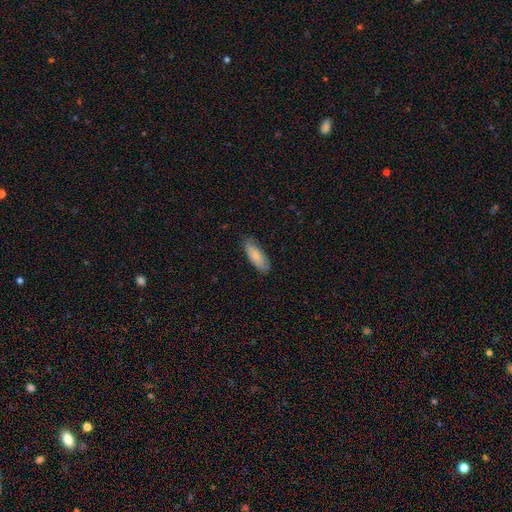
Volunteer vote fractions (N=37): A smooth galaxy with no disk features (84%) that is in between round and cigar-shaped (65%). Merging: none (83%).